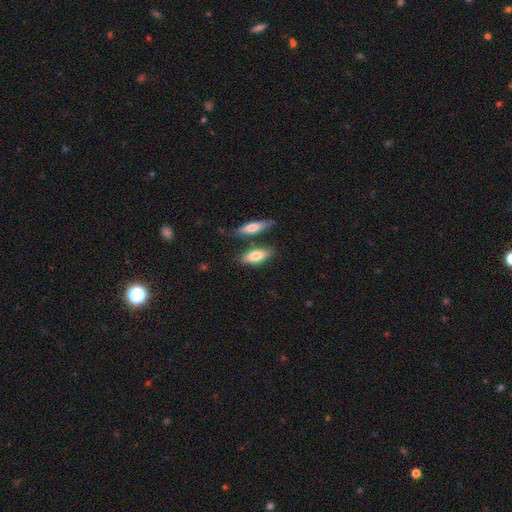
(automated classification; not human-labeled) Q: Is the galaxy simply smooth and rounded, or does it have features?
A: smooth — 75%.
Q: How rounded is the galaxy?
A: in between — 69%.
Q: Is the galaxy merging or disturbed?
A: none — 65%.